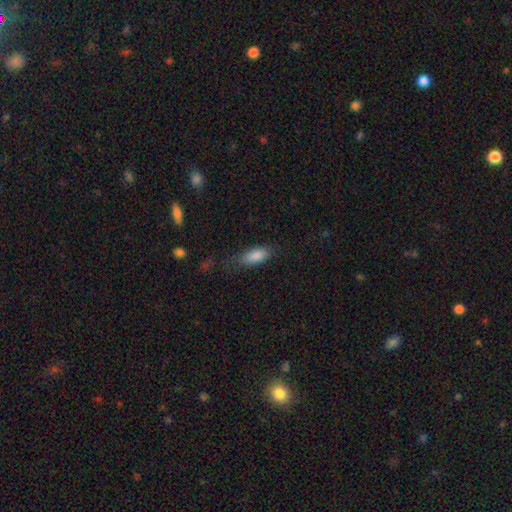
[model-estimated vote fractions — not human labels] This is clearly a smooth galaxy (86%). How rounded: clearly in between (84%). Merging: likely none (68%).